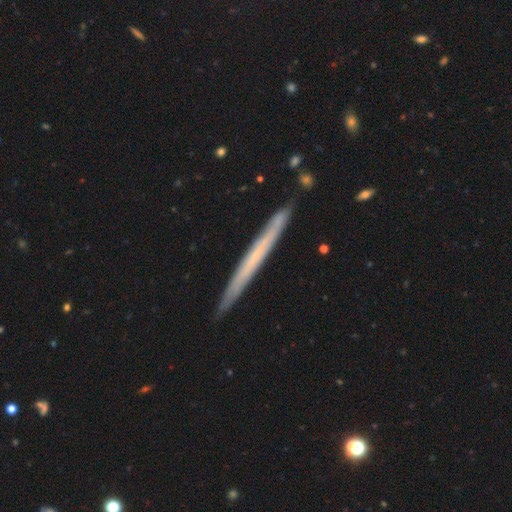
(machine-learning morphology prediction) smooth_or_featured: featured or disk (p=0.52) [alt: smooth p=0.42]
disk_edge_on: yes (p=0.96) [alt: no p=0.04]
edge_on_bulge: none (p=0.90) [alt: rounded p=0.07]
merging: none (p=0.89) [alt: minor disturbance p=0.08]